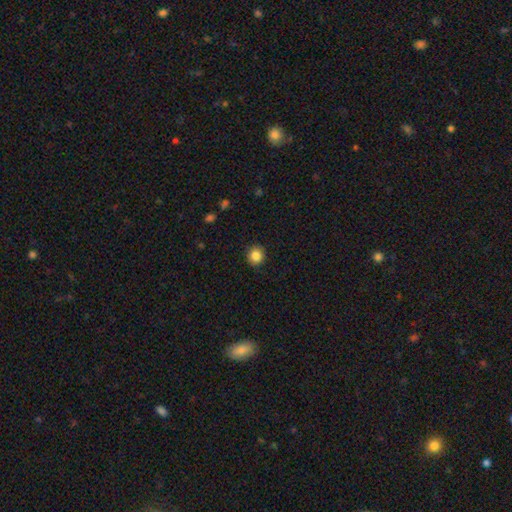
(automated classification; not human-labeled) Smooth or featured: smooth — 85% (star or artifact — 10%)
How rounded: round — 90% (in between — 9%)
Merging: none — 91% (minor disturbance — 6%)